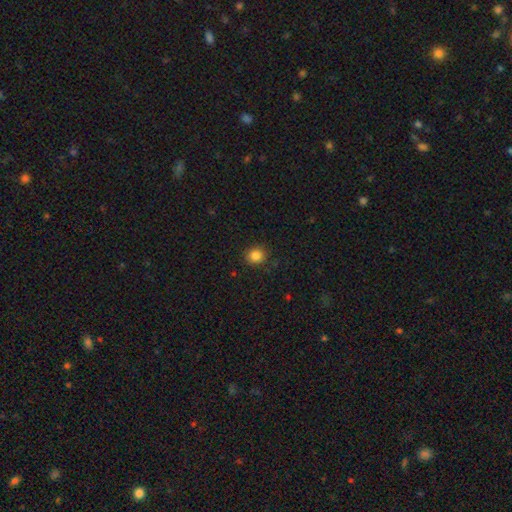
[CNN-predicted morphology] Smooth or featured? smooth (85%)
How rounded? round (85%)
Merging? none (89%)